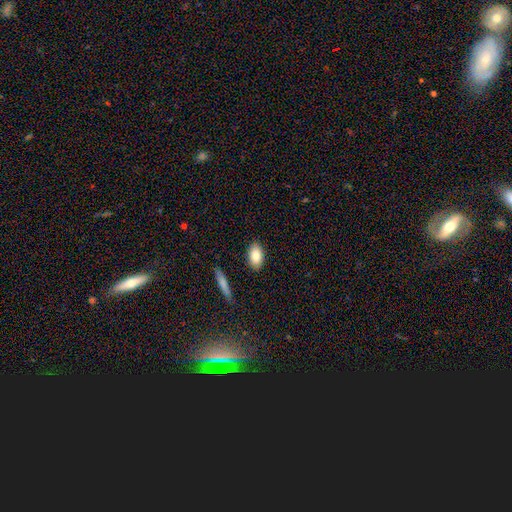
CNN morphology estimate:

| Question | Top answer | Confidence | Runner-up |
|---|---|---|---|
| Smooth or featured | smooth | 84% | featured or disk (10%) |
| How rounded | in between | 92% | round (5%) |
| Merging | none | 88% | minor disturbance (8%) |